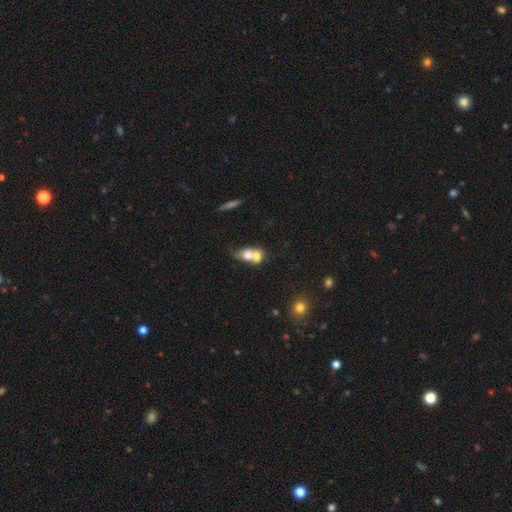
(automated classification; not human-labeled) A smooth galaxy with no disk features (67%) that is in between round and cigar-shaped (60%). Merging: merger (73%).